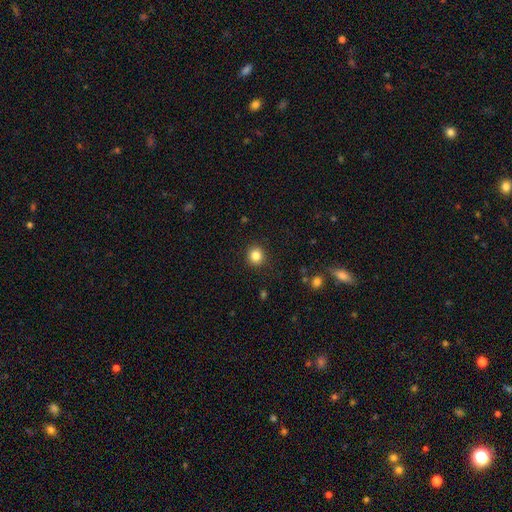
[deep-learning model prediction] A smooth galaxy with no disk features (84%) that is round (91%). Merging: none (92%).